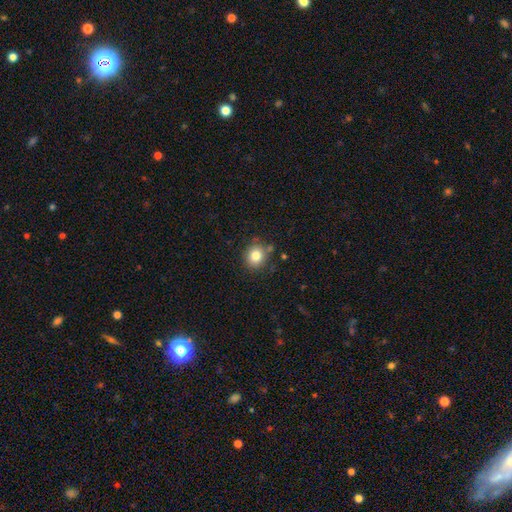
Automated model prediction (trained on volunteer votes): Q: Smooth or featured?
A: smooth (82%); runner-up: star or artifact (11%)
Q: How rounded?
A: round (82%); runner-up: in between (17%)
Q: Merging?
A: none (82%); runner-up: minor disturbance (11%)